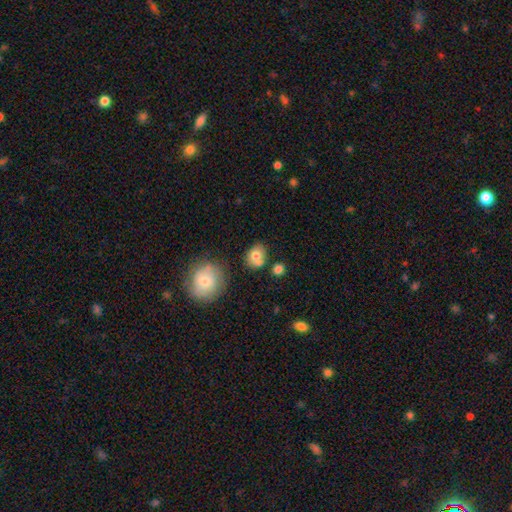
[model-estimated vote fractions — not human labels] Smooth or featured?
  - smooth: 76% *
  - featured or disk: 14%
  - star or artifact: 10%
How rounded?
  - round: 56% *
  - in between: 43%
  - cigar-shaped: 1%
Merging?
  - none: 58% *
  - minor disturbance: 18%
  - merger: 18%
  - major disturbance: 6%